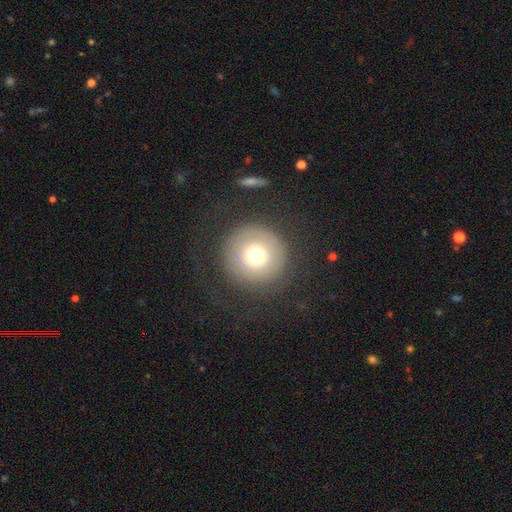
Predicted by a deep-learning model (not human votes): Smooth or featured: smooth — 63% (featured or disk — 26%)
How rounded: round — 96% (in between — 3%)
Merging: none — 74% (major disturbance — 13%)